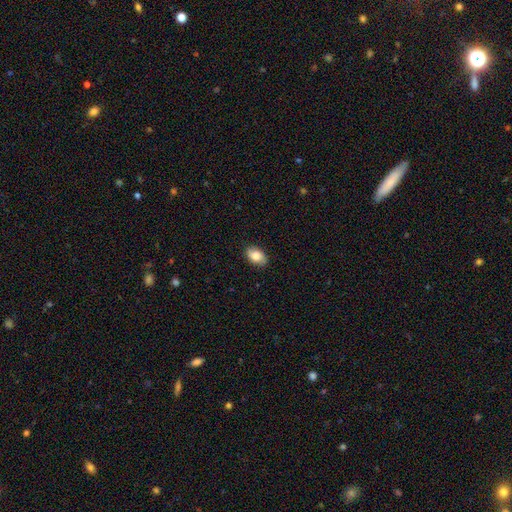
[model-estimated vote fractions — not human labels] Smooth or featured: smooth — 80% (featured or disk — 13%)
How rounded: in between — 90% (round — 9%)
Merging: none — 86% (minor disturbance — 11%)